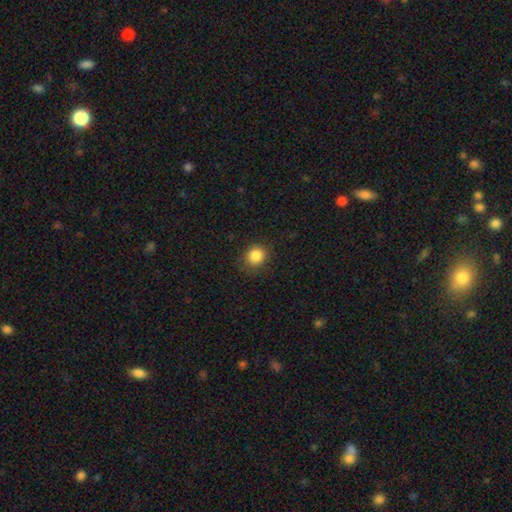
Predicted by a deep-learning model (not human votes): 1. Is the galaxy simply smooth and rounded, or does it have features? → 86% smooth, 10% star or artifact, 4% featured or disk.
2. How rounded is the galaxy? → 81% round, 18% in between, 1% cigar-shaped.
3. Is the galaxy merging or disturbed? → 83% none, 12% minor disturbance, 4% major disturbance, 1% merger.